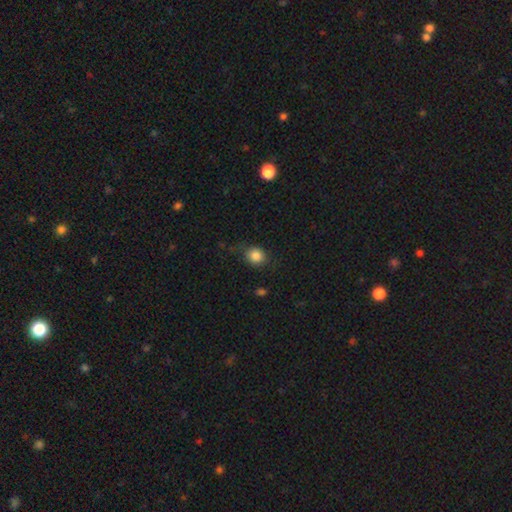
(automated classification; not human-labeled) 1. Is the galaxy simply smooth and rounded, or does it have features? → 83% smooth, 10% star or artifact, 7% featured or disk.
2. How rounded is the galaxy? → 80% round, 19% in between, 1% cigar-shaped.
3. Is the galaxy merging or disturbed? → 71% none, 20% minor disturbance, 7% major disturbance, 2% merger.